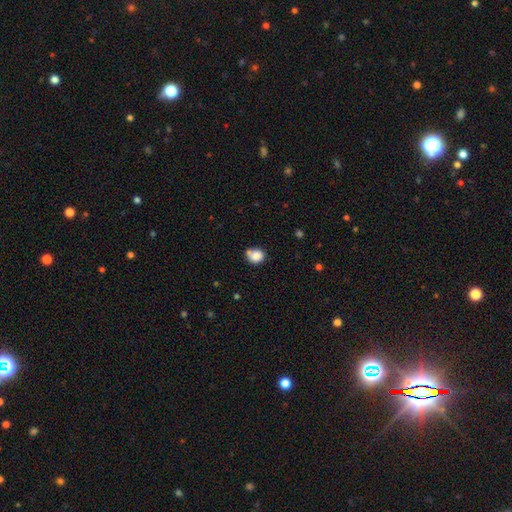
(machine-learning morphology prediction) Smooth or featured?
  - smooth: 84% *
  - star or artifact: 10%
  - featured or disk: 6%
How rounded?
  - round: 72% *
  - in between: 27%
  - cigar-shaped: 1%
Merging?
  - none: 57% *
  - merger: 19%
  - minor disturbance: 19%
  - major disturbance: 5%